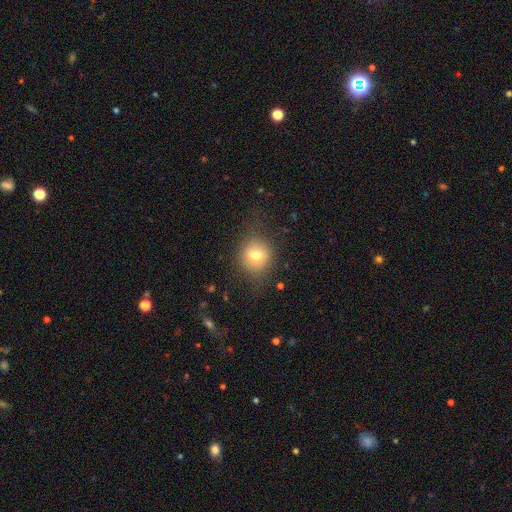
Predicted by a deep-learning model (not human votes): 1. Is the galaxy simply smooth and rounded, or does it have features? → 73% smooth, 15% featured or disk, 12% star or artifact.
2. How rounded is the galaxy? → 85% round, 14% in between, 1% cigar-shaped.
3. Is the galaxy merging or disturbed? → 75% none, 16% minor disturbance, 8% major disturbance, 1% merger.